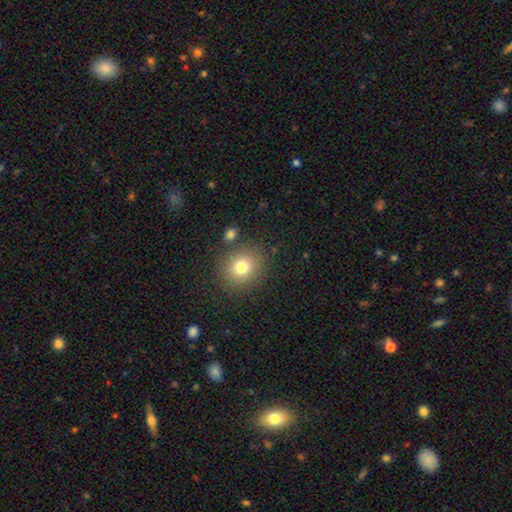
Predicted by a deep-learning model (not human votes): smooth-or-featured: smooth: 75% | star or artifact: 15% | featured or disk: 9%
  how-rounded: round: 81% | in between: 18% | cigar-shaped: 1%
  merging: none: 87% | minor disturbance: 7% | merger: 4% | major disturbance: 2%